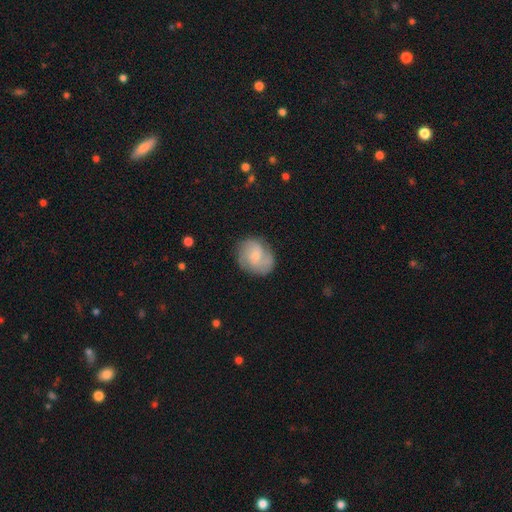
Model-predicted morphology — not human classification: The model was most divided on "spiral winding": medium: 44%, tight: 35%, loose: 21%. Remaining: edge-on disk — no (98%); spiral arms — yes (90%); merging — none (73%); smooth or featured — featured or disk (60%); bar — no (56%); bulge size — small (54%); spiral arm count — 2 (38%).